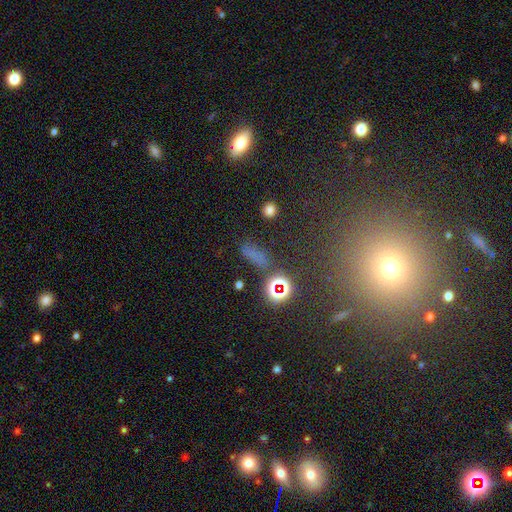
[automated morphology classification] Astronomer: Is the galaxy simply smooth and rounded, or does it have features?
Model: smooth — 53% (runner-up: star or artifact, 34%).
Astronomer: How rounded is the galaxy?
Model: cigar-shaped — 48% (runner-up: in between, 38%).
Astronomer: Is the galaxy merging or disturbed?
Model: none — 74%.